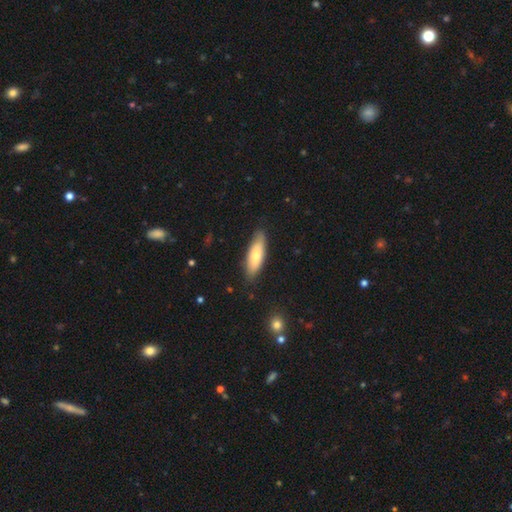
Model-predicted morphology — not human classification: smooth 72%, featured or disk 22%, star or artifact 6%. Down the decision tree: how rounded — in between (53%); merging — none (83%).